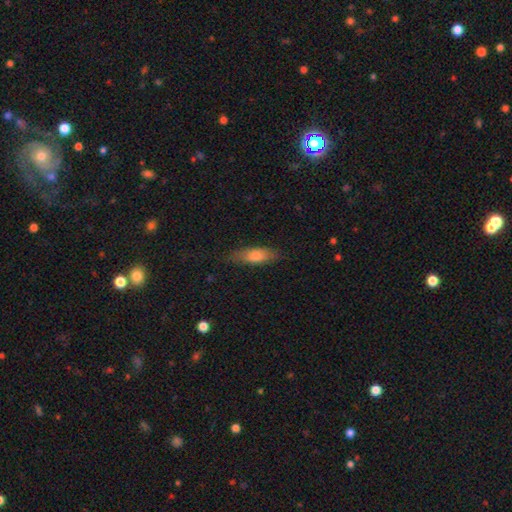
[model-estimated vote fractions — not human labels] smooth_or_featured: smooth (p=0.71) [alt: featured or disk p=0.22]
how_rounded: in between (p=0.54) [alt: cigar-shaped p=0.44]
merging: none (p=0.78) [alt: minor disturbance p=0.17]